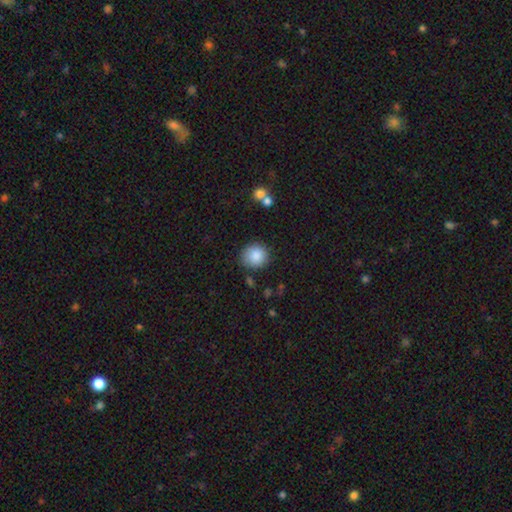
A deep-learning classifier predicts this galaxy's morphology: type=smooth (87%); roundness=round (84%); merging=none (80%).